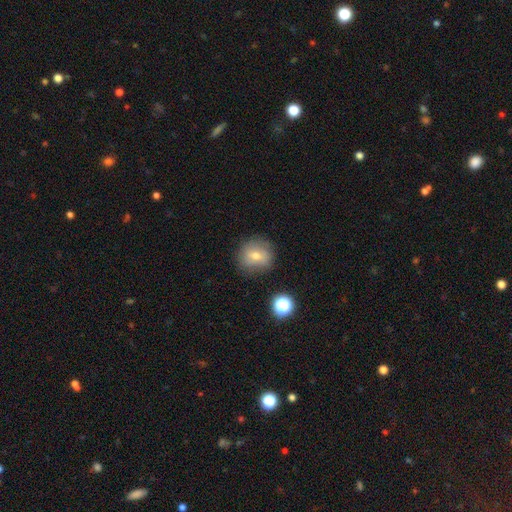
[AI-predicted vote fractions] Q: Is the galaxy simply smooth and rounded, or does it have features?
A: smooth — 69%.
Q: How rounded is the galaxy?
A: round — 85%.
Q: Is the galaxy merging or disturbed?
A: none — 78%.